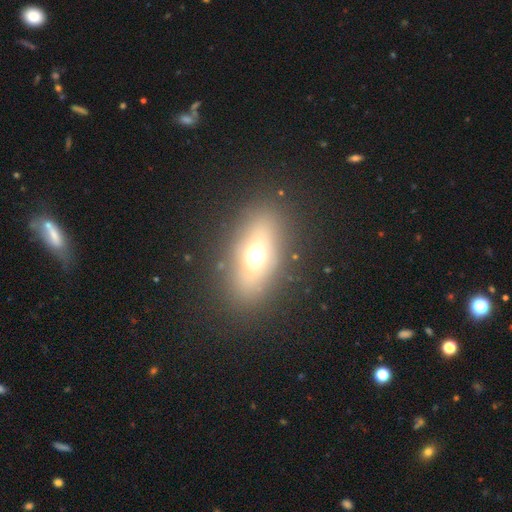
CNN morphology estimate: Smooth or featured? smooth (56%)
How rounded? in between (73%)
Merging? none (83%)